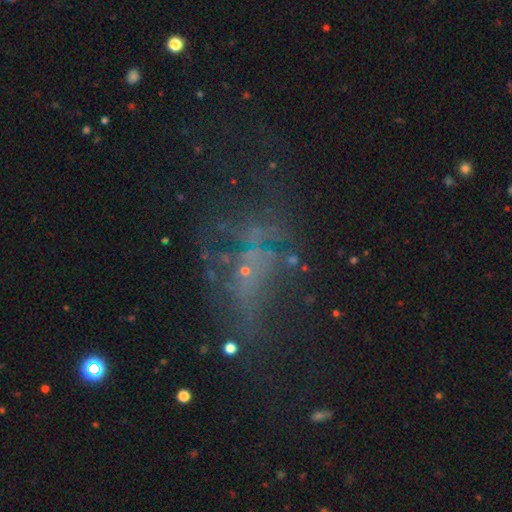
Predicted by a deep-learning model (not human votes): This appears to be a featured or disk galaxy (48%). Merging: none (41%).